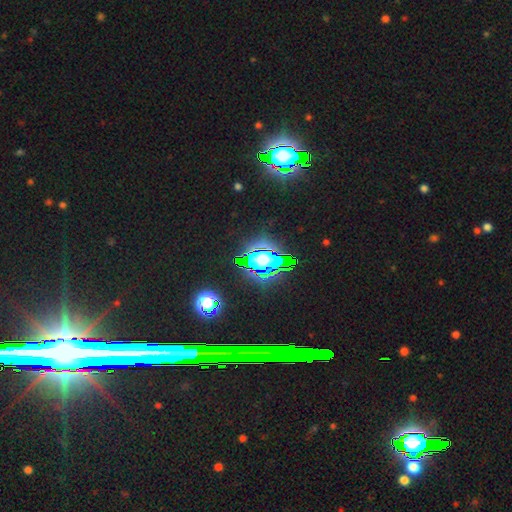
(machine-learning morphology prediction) type=star or artifact (65%).